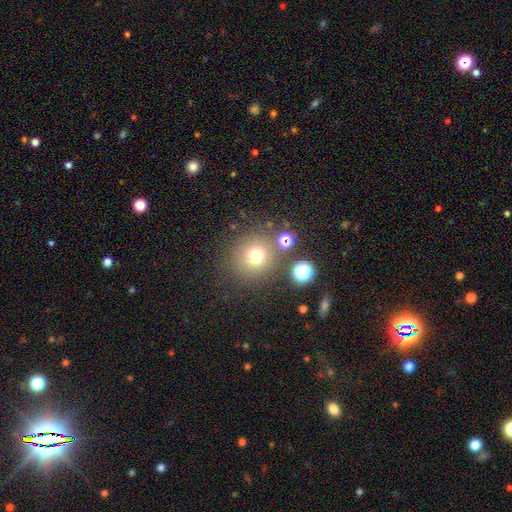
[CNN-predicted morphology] A smooth galaxy with no disk features (71%) that is round (93%).

Vote fractions:
- Smooth or featured? smooth: 71% / star or artifact: 18% / featured or disk: 11%
- How rounded? round: 93% / in between: 6% / cigar-shaped: 1%
- Merging? none: 78% / minor disturbance: 10% / merger: 7% / major disturbance: 5%